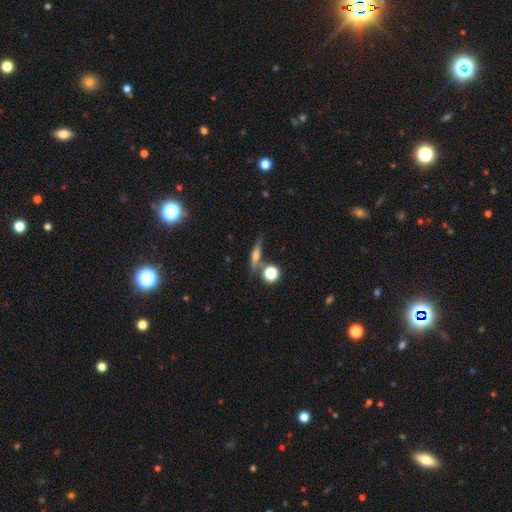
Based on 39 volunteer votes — Smooth or featured: featured or disk — 51% (smooth — 38%)
Edge-on disk: yes — 95% (no — 5%)
Edge-on bulge: rounded — 63% (boxy — 37%)
Merging: none — 80% (minor disturbance — 11%)